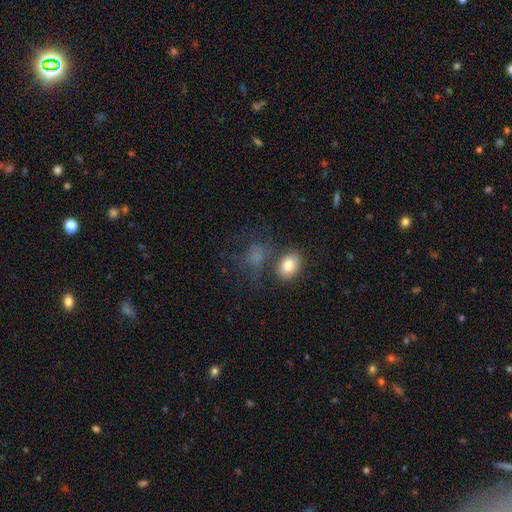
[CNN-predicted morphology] A smooth galaxy with no disk features (68%) that is in between round and cigar-shaped (61%). Merging: none (46%).